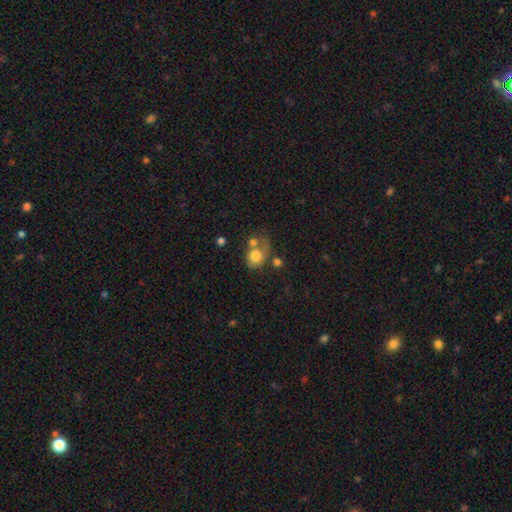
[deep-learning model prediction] smooth_or_featured: smooth (p=0.73) [alt: featured or disk p=0.17]
how_rounded: round (p=0.54) [alt: in between p=0.44]
merging: none (p=0.32) [tied with: merger p=0.32]